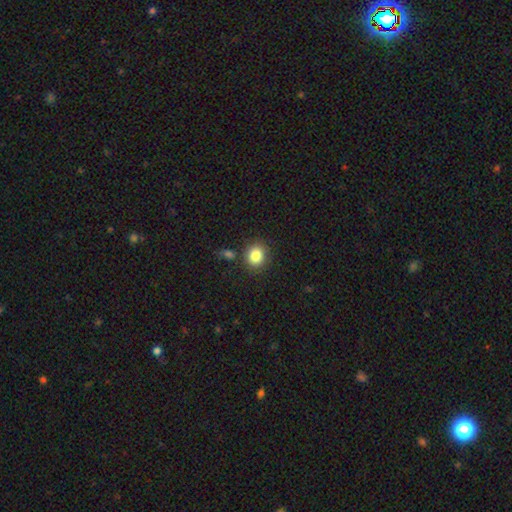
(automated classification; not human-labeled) This is clearly a smooth galaxy (84%). How rounded: likely round (72%). Merging: clearly none (81%).